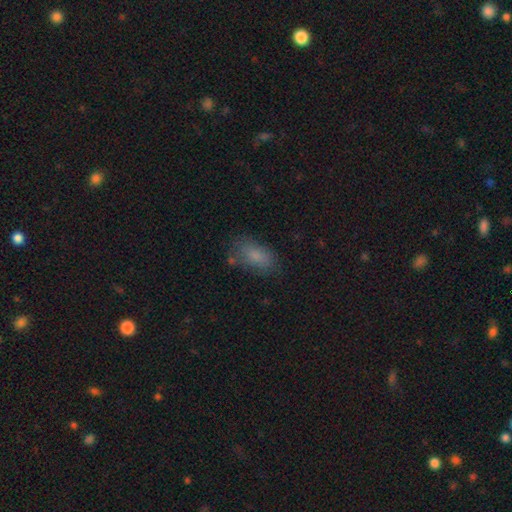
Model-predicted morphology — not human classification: This appears to be a smooth galaxy with no disk features (80%) that is in between round and cigar-shaped (89%). Merging: none (69%).